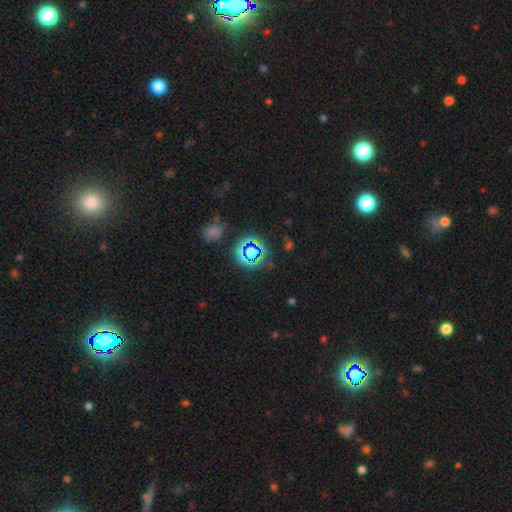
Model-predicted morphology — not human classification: The model was most divided on "smooth or featured": star or artifact: 72%, smooth: 20%, featured or disk: 8%.